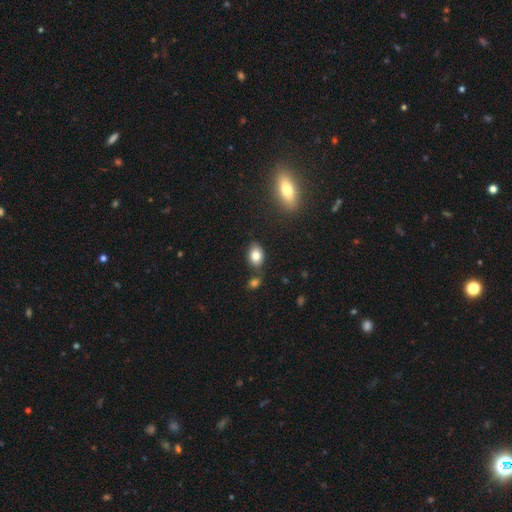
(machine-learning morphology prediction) A smooth galaxy with no disk features (82%) that is in between round and cigar-shaped (76%).

Vote fractions:
- Smooth or featured? smooth: 82% / featured or disk: 9% / star or artifact: 9%
- How rounded? in between: 76% / round: 23% / cigar-shaped: 1%
- Merging? none: 76% / minor disturbance: 13% / merger: 8% / major disturbance: 3%